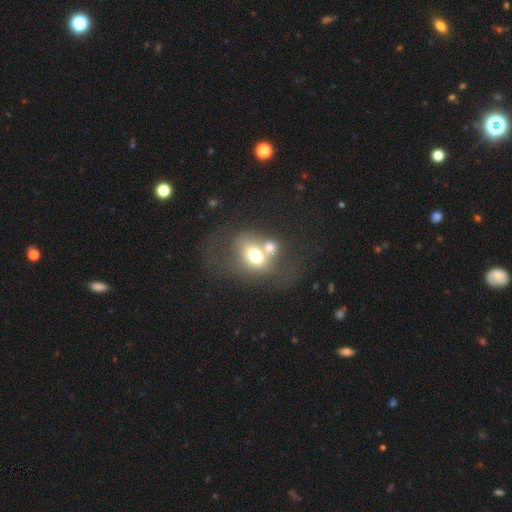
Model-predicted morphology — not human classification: This is possibly a smooth galaxy (58%). How rounded: possibly in between (59%). Merging: possibly merger (52%).